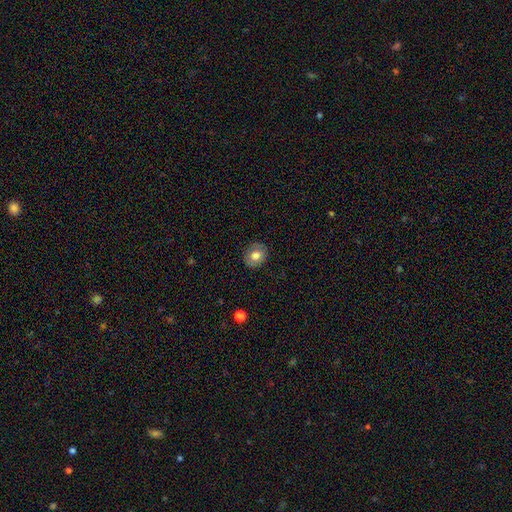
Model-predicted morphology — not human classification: This appears to be a smooth galaxy with no disk features (75%) that is round (65%). Merging: none (87%).